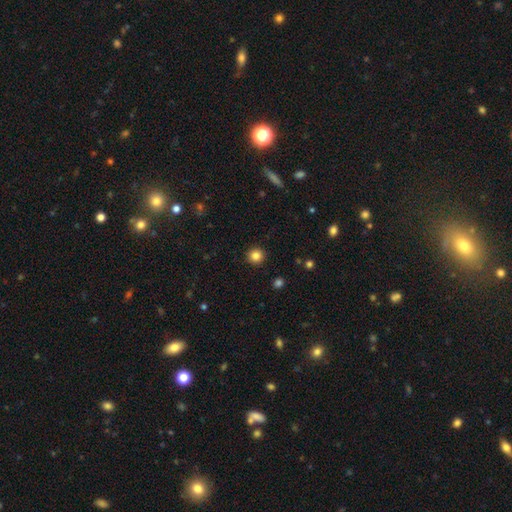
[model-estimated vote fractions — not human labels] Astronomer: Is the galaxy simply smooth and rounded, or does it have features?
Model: smooth — 85%.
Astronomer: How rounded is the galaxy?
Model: round — 93%.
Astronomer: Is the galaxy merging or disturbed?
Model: none — 92%.